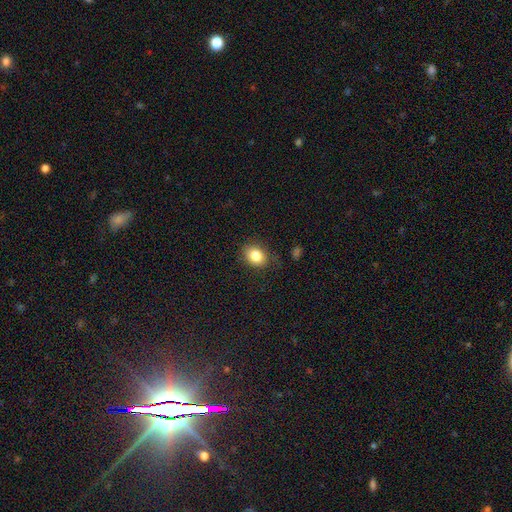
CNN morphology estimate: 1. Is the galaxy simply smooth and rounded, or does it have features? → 83% smooth, 10% star or artifact, 7% featured or disk.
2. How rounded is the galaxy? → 52% in between, 47% round, 1% cigar-shaped.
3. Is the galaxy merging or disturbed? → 83% none, 12% minor disturbance, 4% major disturbance, 1% merger.